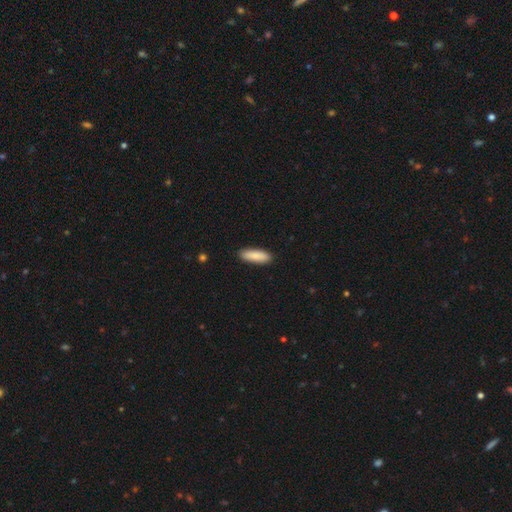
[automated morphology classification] Smooth or featured? Predicted: smooth (p=0.89). How rounded? Predicted: in between (p=0.50). Merging? Predicted: none (p=0.90).